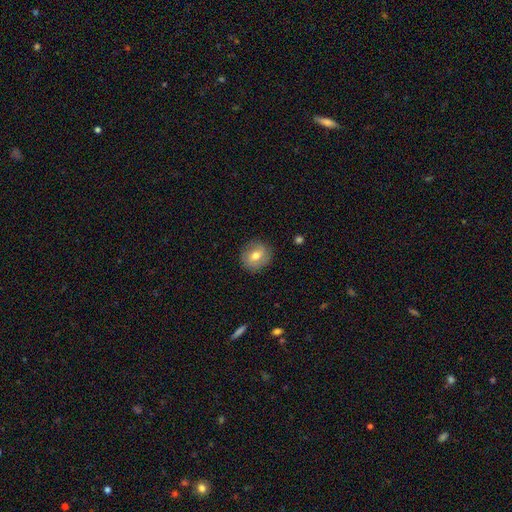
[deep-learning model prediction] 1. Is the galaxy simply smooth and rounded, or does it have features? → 69% smooth, 23% featured or disk, 8% star or artifact.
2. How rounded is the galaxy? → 89% round, 10% in between, 1% cigar-shaped.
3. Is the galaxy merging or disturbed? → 88% none, 9% minor disturbance, 3% major disturbance, 1% merger.